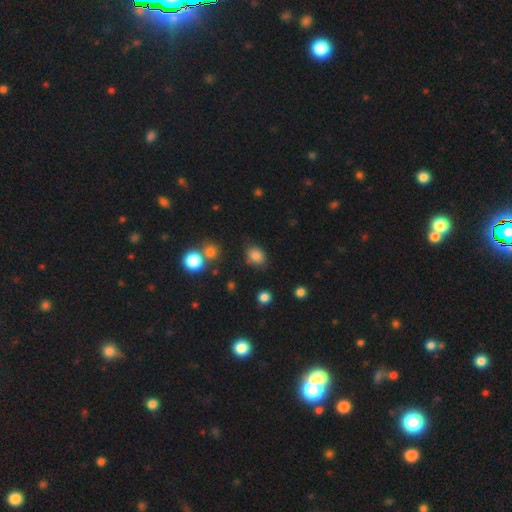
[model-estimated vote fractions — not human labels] Smooth or featured?
  - smooth: 83% *
  - star or artifact: 11%
  - featured or disk: 6%
How rounded?
  - in between: 61% *
  - round: 38%
  - cigar-shaped: 1%
Merging?
  - none: 77% *
  - minor disturbance: 15%
  - merger: 5%
  - major disturbance: 4%